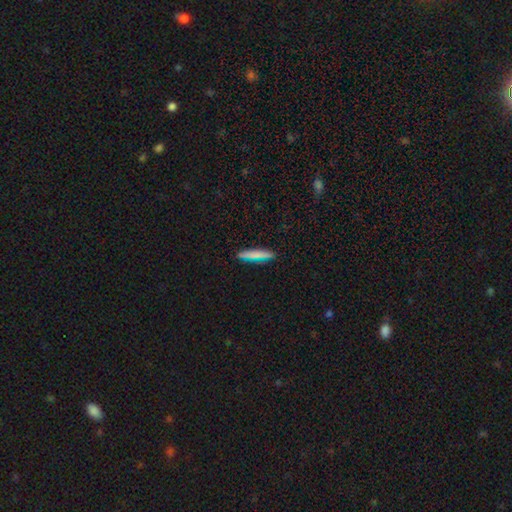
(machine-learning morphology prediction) A smooth galaxy with no disk features (74%) that is cigar-shaped (89%). Merging: none (88%).